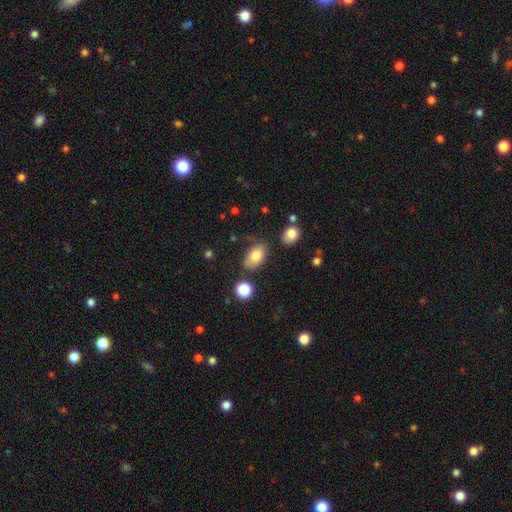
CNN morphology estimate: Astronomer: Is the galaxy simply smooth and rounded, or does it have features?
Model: smooth — 79%.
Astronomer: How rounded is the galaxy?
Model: in between — 89%.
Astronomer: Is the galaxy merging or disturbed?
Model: none — 66%.